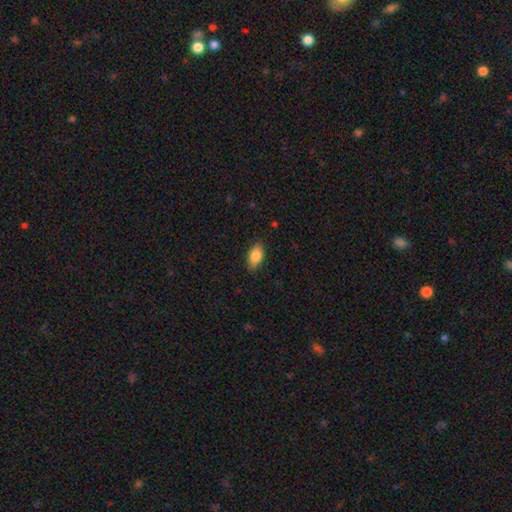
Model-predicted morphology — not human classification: Smooth or featured? smooth (85%)
How rounded? in between (91%)
Merging? none (86%)